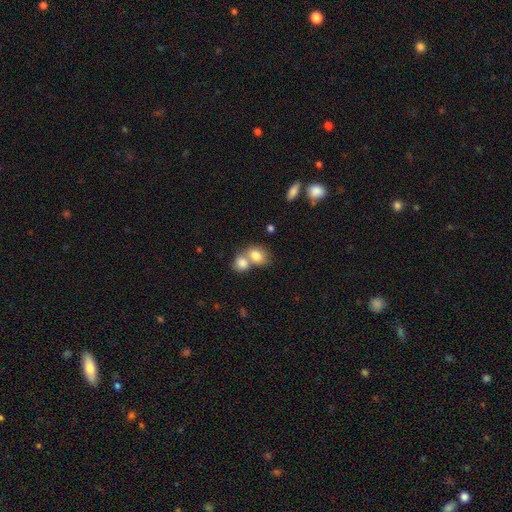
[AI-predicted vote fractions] A smooth galaxy with no disk features (80%) that is in between round and cigar-shaped (56%).

Vote fractions:
- Smooth or featured? smooth: 80% / featured or disk: 12% / star or artifact: 8%
- How rounded? in between: 56% / round: 43% / cigar-shaped: 1%
- Merging? merger: 64% / none: 26% / minor disturbance: 7% / major disturbance: 3%